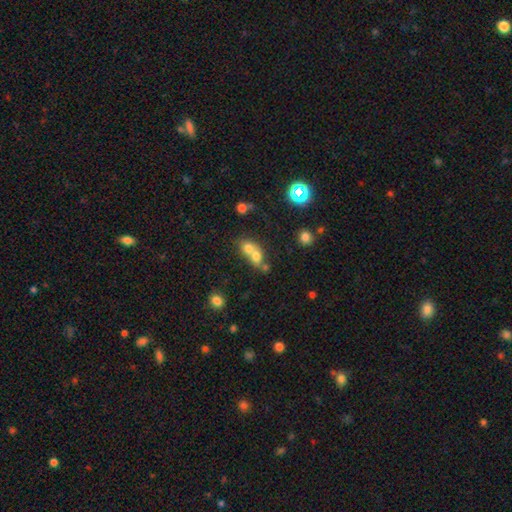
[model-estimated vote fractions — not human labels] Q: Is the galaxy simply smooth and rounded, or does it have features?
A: smooth — 67%.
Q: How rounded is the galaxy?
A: round — 61%.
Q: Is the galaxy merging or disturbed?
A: merger — 70%.